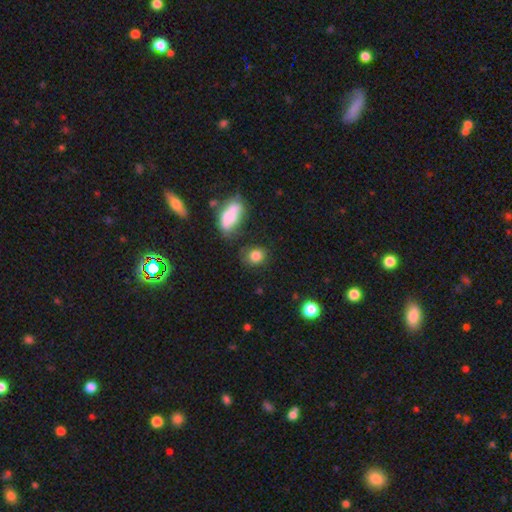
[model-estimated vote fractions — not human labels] A smooth galaxy with no disk features (82%) that is round (66%).

Vote fractions:
- Smooth or featured? smooth: 82% / star or artifact: 11% / featured or disk: 7%
- How rounded? round: 66% / in between: 32% / cigar-shaped: 2%
- Merging? none: 72% / minor disturbance: 16% / merger: 6% / major disturbance: 5%